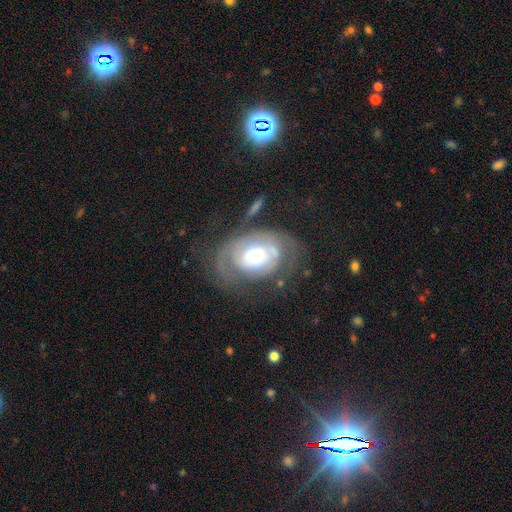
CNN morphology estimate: The model was most divided on "spiral arm count": can't tell: 39%, 2: 33%, 1: 15%, 3: 7%, 4: 3%, more than 4: 3%. More confident: edge-on disk — no (96%); spiral arms — yes (78%); bar — no (76%); smooth or featured — featured or disk (74%); spiral winding — tight (62%); bulge size — moderate (62%); merging — none (52%).